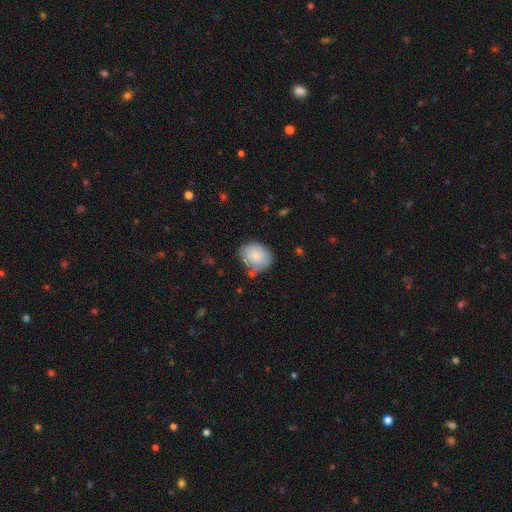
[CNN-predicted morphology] smooth-or-featured: smooth: 80% | featured or disk: 14% | star or artifact: 7%
  how-rounded: round: 52% | in between: 48% | cigar-shaped: 1%
  merging: none: 58% | minor disturbance: 29% | major disturbance: 7% | merger: 6%